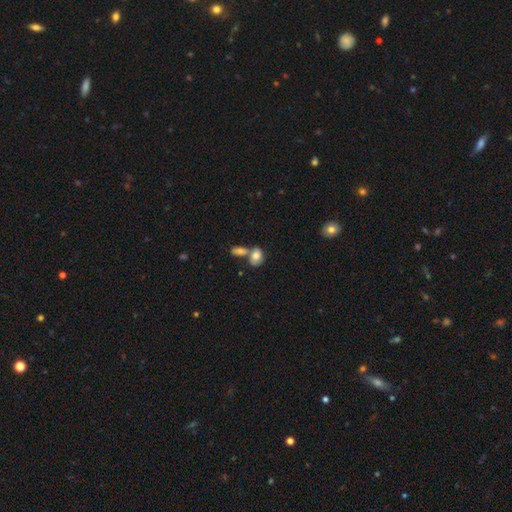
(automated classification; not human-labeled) A smooth galaxy with no disk features (79%) that is in between round and cigar-shaped (80%). Merging: merger (49%).